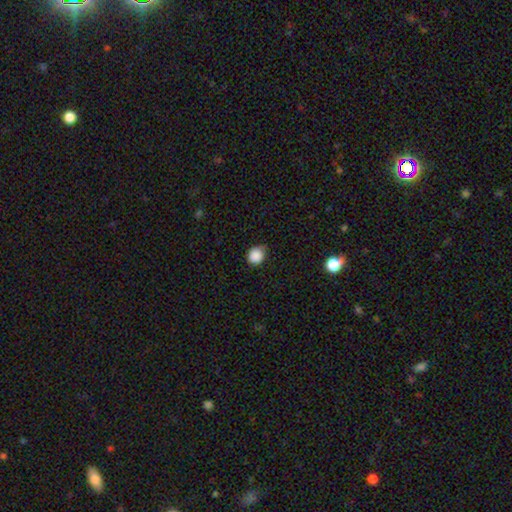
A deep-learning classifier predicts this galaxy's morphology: Smooth or featured? Predicted: smooth (p=0.87). How rounded? Predicted: round (p=0.77). Merging? Predicted: none (p=0.67).